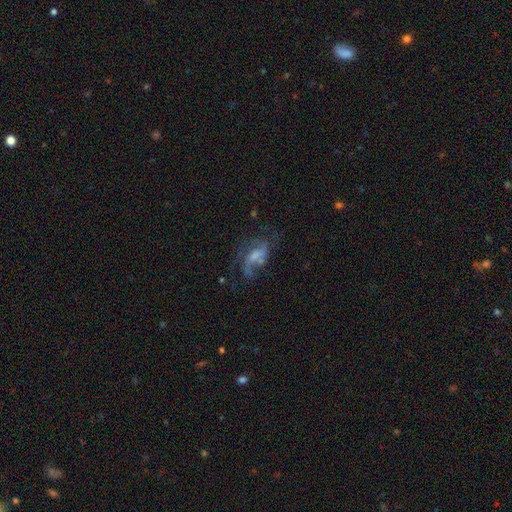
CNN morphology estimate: The model was most divided on "bar" (2-way tie): weak: 43%, no: 43%, strong: 14%. Remaining: edge-on disk — no (95%); spiral arms — yes (81%); smooth or featured — featured or disk (70%); spiral winding — loose (55%); spiral arm count — 2 (54%); merging — none (43%); bulge size — small (35%).